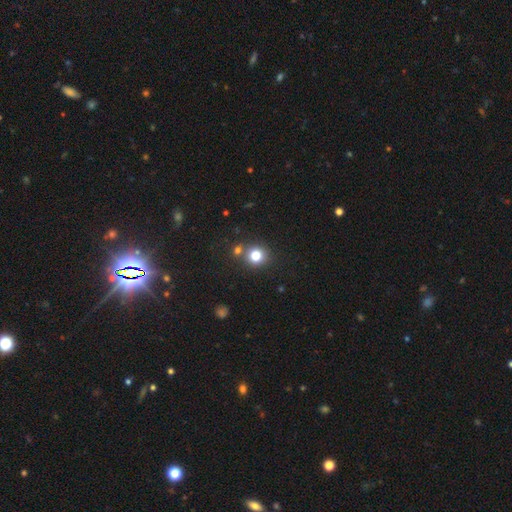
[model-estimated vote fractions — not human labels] A smooth galaxy with no disk features (78%) that is round (89%).

Vote fractions:
- Smooth or featured? smooth: 78% / star or artifact: 14% / featured or disk: 7%
- How rounded? round: 89% / in between: 10% / cigar-shaped: 1%
- Merging? none: 75% / merger: 14% / minor disturbance: 8% / major disturbance: 3%